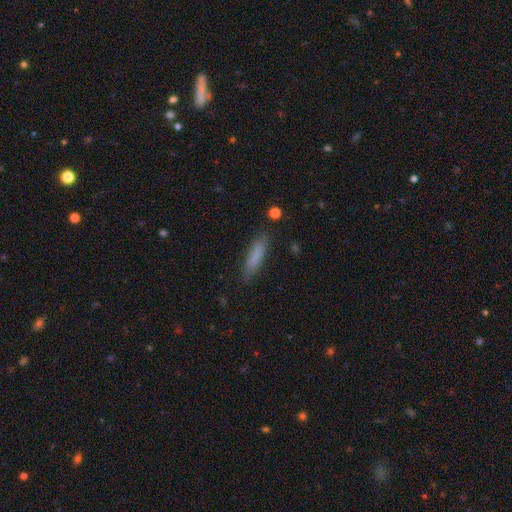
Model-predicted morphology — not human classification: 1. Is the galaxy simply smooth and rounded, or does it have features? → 81% smooth, 12% featured or disk, 7% star or artifact.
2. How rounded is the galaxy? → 80% cigar-shaped, 19% in between, 1% round.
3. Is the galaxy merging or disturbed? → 85% none, 11% minor disturbance, 3% major disturbance, 2% merger.